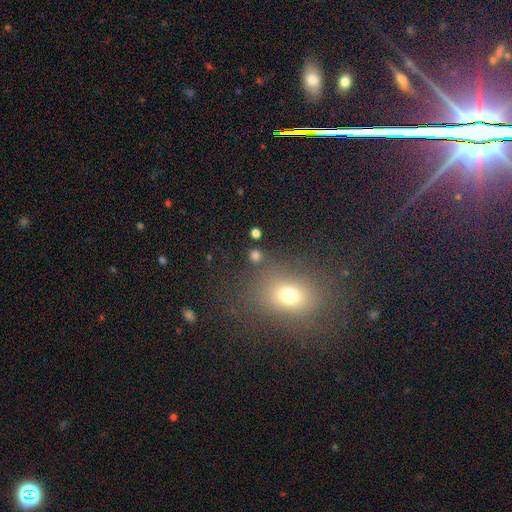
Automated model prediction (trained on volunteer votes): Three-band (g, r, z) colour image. It shows a smooth galaxy with no disk features (75%) that is round (80%). Merging: none (82%).